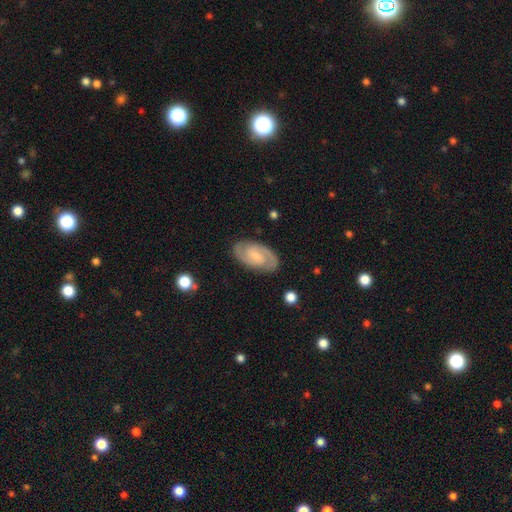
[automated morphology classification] Q: Smooth or featured?
A: featured or disk (80%); runner-up: smooth (14%)
Q: Edge-on disk?
A: no (96%); runner-up: yes (4%)
Q: Bar?
A: weak (49%); runner-up: no (36%)
Q: Spiral arms?
A: yes (95%); runner-up: no (5%)
Q: Spiral winding?
A: tight (46%); runner-up: medium (45%)
Q: Spiral arm count?
A: 2 (89%); runner-up: can't tell (5%)
Q: Bulge size?
A: small (45%); runner-up: none (27%)
Q: Merging?
A: none (85%); runner-up: minor disturbance (11%)